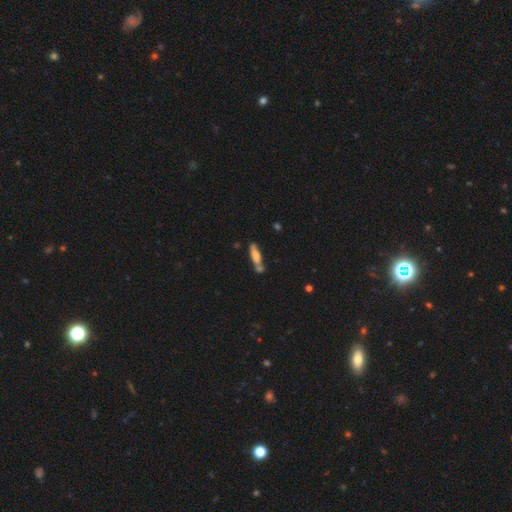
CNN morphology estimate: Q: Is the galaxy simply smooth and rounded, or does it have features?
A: smooth — 55%.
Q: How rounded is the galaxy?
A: cigar-shaped — 68%.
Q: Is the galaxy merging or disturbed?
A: none — 57%.